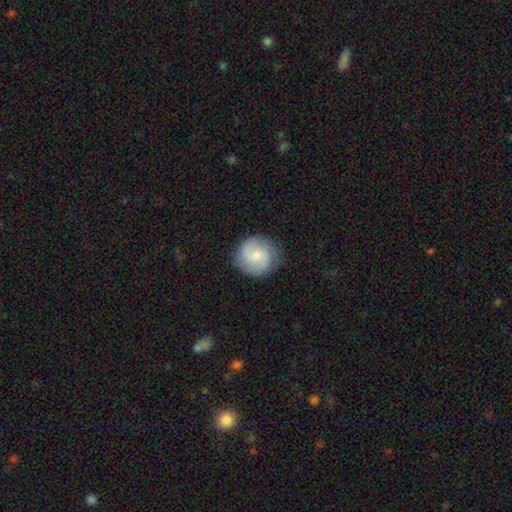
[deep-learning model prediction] The model was most divided on "smooth or featured": smooth: 58%, featured or disk: 36%, star or artifact: 7%. More confident: how rounded — round (91%); merging — none (82%).